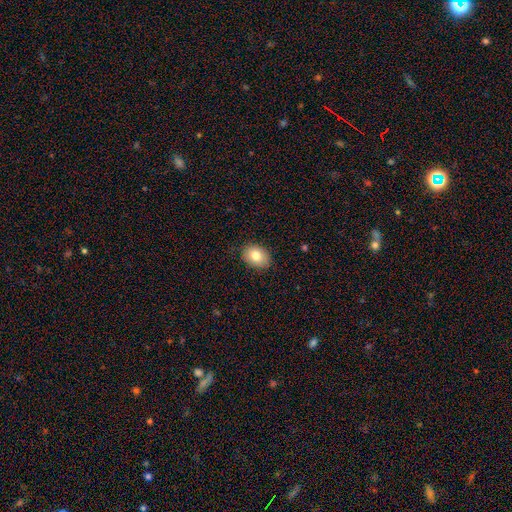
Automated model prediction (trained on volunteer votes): Overall: smooth (80%). How rounded: in between (70%). Merging: none (86%).